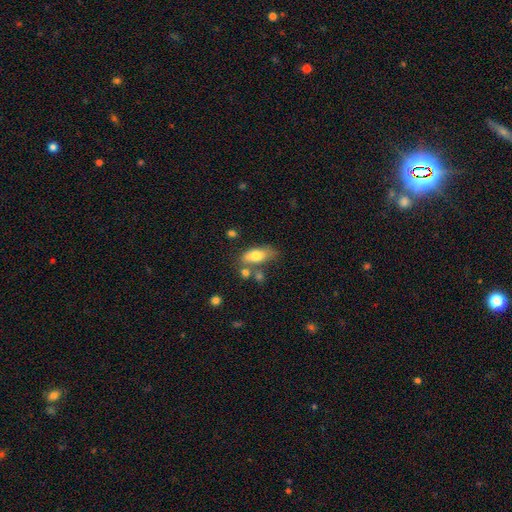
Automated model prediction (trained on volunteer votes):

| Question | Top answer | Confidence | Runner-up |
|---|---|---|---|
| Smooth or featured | smooth | 74% | featured or disk (18%) |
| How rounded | in between | 83% | cigar-shaped (13%) |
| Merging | none | 54% | minor disturbance (21%) |